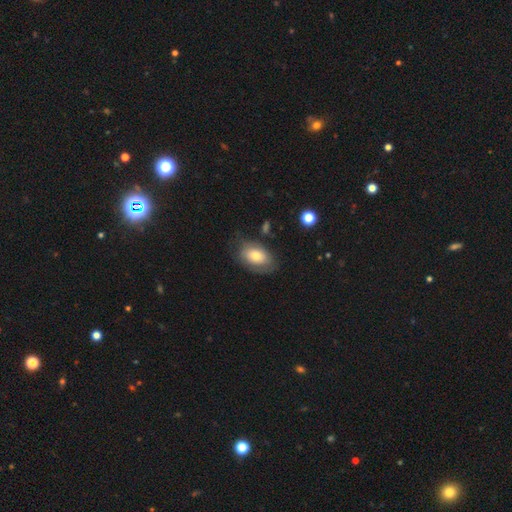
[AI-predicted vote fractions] smooth 62%, featured or disk 30%, star or artifact 7%. Down the decision tree: how rounded — in between (86%); merging — none (64%).